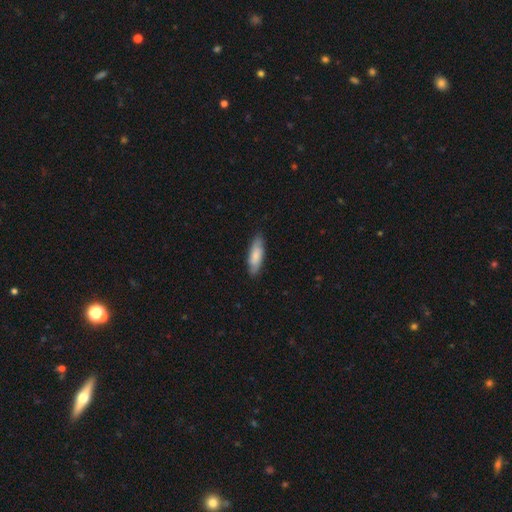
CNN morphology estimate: smooth_or_featured: smooth (p=0.75) [alt: featured or disk p=0.20]
how_rounded: in between (p=0.51) [alt: cigar-shaped p=0.47]
merging: none (p=0.84) [alt: minor disturbance p=0.13]